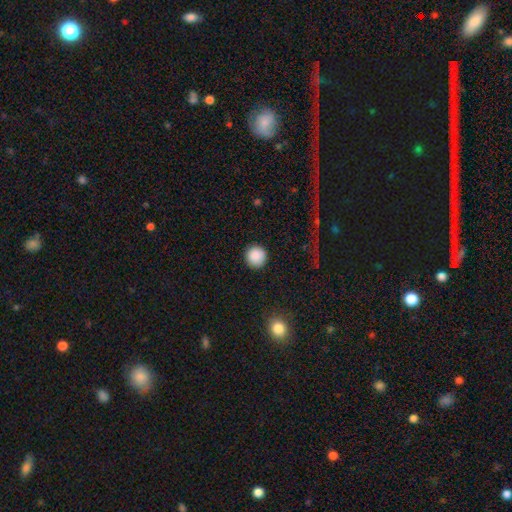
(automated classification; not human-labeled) Morphology: type=smooth (88%); roundness=round (95%); merging=none (91%).